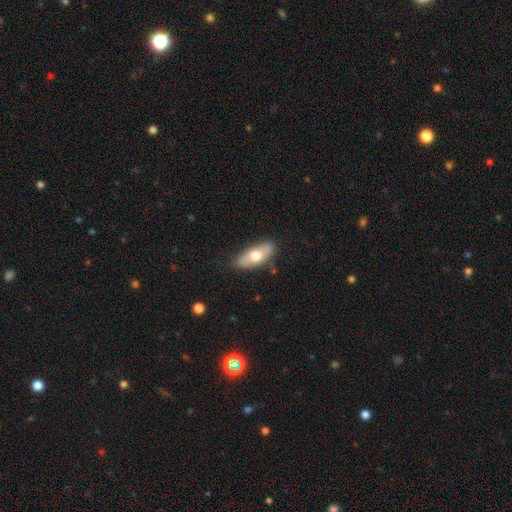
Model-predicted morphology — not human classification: A smooth galaxy with no disk features (64%) that is in between round and cigar-shaped (76%). Merging: none (81%).